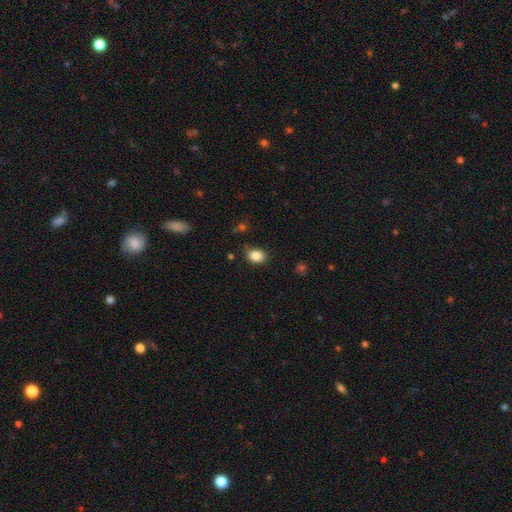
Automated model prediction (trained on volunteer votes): smooth-or-featured: smooth: 86% | star or artifact: 9% | featured or disk: 5%
  how-rounded: in between: 63% | round: 36% | cigar-shaped: 1%
  merging: none: 75% | minor disturbance: 19% | major disturbance: 4% | merger: 2%